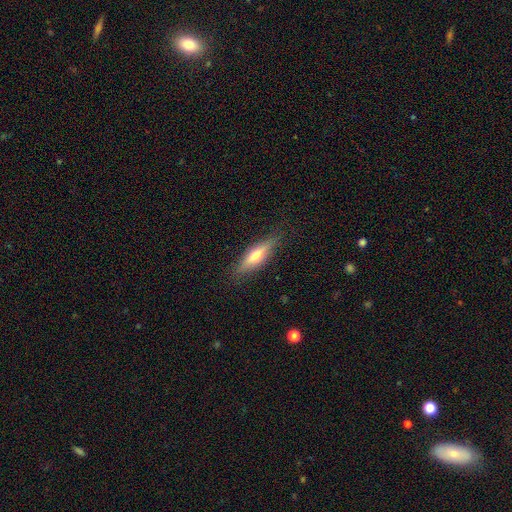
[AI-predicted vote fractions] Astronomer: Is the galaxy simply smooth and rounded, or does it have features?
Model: smooth — 48% (runner-up: featured or disk, 45%).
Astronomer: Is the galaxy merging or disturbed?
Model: none — 84%.